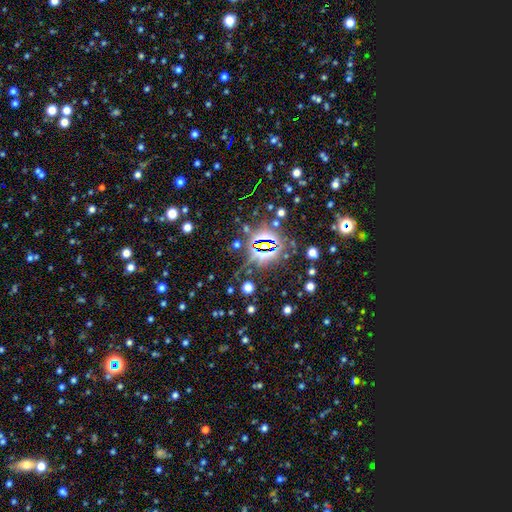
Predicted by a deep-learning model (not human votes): Q: Smooth or featured?
A: star or artifact (79%); runner-up: smooth (13%)